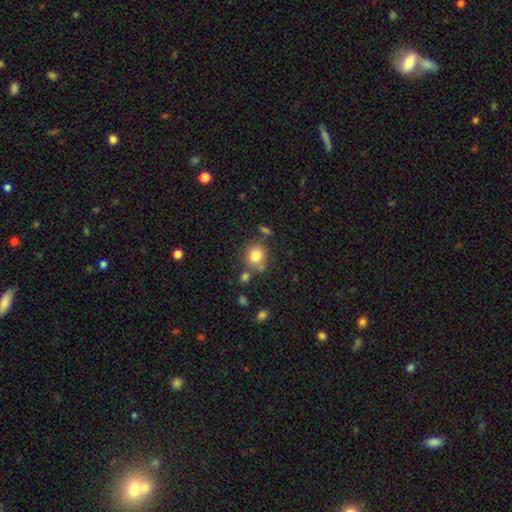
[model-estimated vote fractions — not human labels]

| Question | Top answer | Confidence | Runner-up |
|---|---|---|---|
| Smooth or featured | smooth | 80% | star or artifact (11%) |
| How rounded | round | 82% | in between (17%) |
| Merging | none | 69% | minor disturbance (13%) |